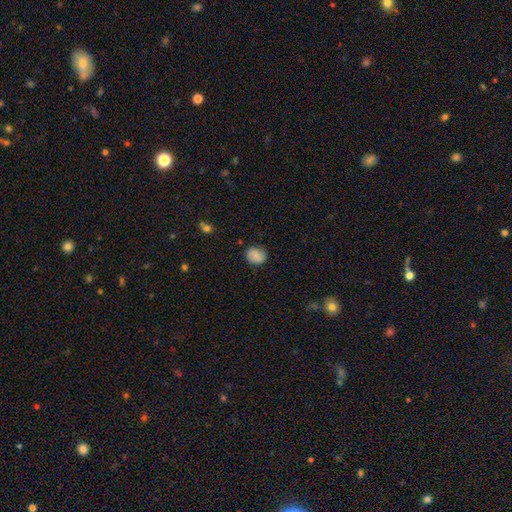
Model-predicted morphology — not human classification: This appears to be a smooth galaxy with no disk features (82%) that is round (67%). Merging: none (83%).